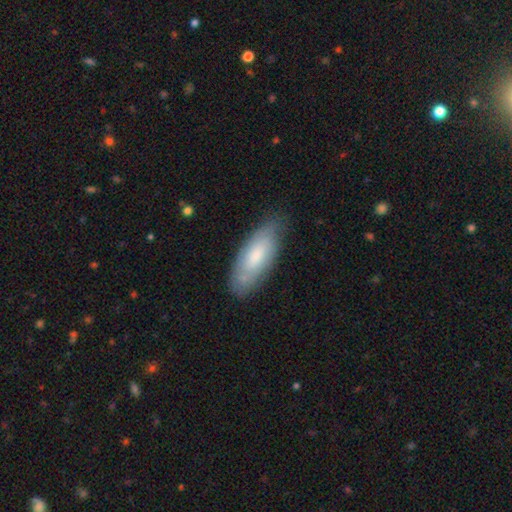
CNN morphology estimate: Overall: smooth (64%; featured or disk 30%). How rounded: in between (72%). Merging: none (75%).